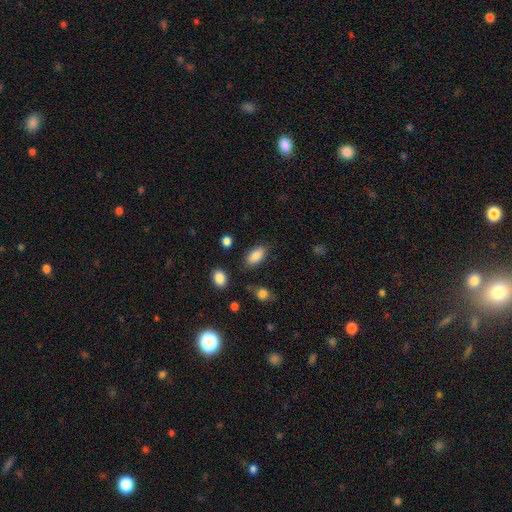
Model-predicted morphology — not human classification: This appears to be a smooth galaxy with no disk features (86%) that is in between round and cigar-shaped (91%). Merging: none (81%).